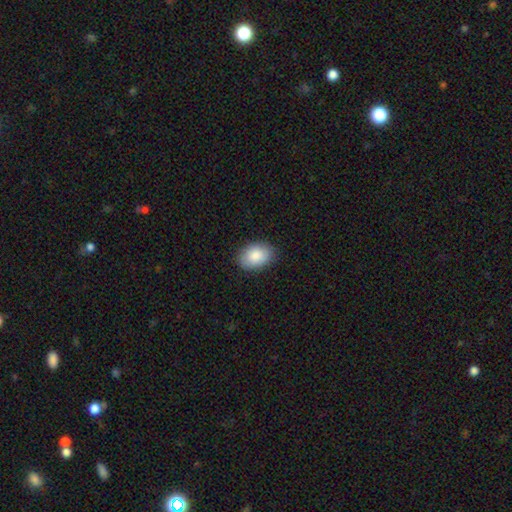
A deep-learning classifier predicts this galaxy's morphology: The model was most divided on "how rounded": in between: 85%, round: 14%, cigar-shaped: 1%. More confident: smooth or featured — smooth (87%); merging — none (86%).